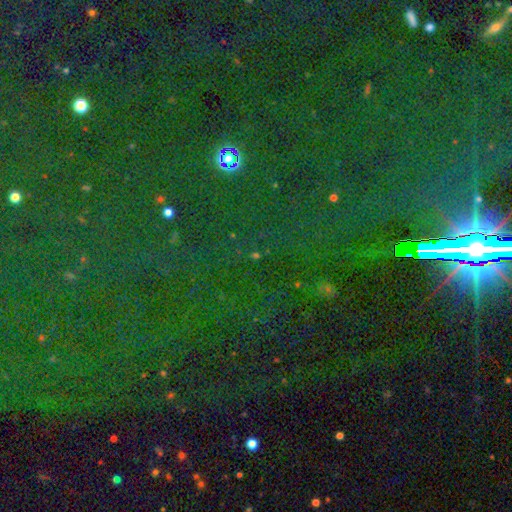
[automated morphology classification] A star or artifact, not a galaxy (76%).

Vote fractions:
- Smooth or featured? star or artifact: 76% / smooth: 16% / featured or disk: 8%